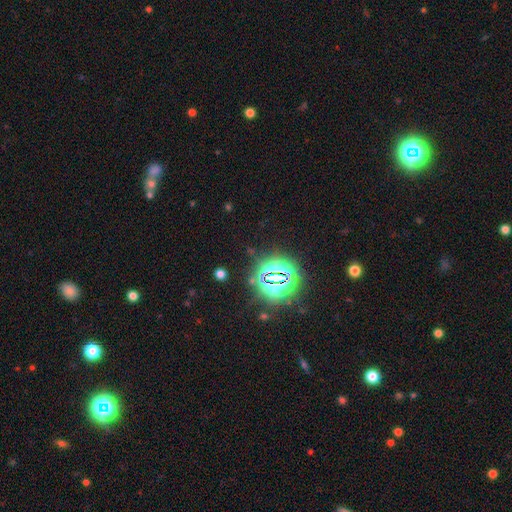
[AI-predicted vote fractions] star or artifact 79%, smooth 13%, featured or disk 9%.